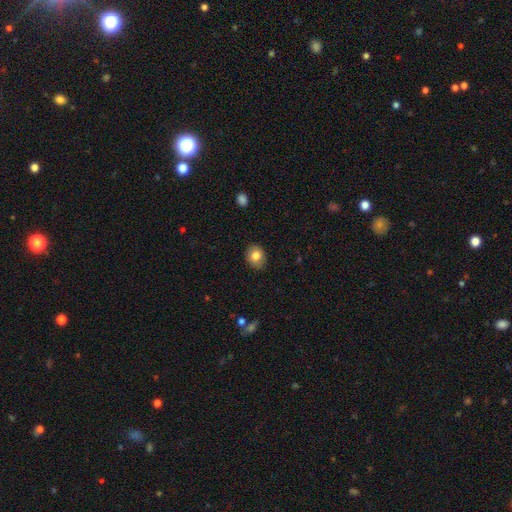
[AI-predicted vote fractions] smooth-or-featured: smooth: 82% | featured or disk: 10% | star or artifact: 9%
  how-rounded: round: 50% | in between: 49% | cigar-shaped: 1%
  merging: none: 85% | minor disturbance: 12% | major disturbance: 2% | merger: 1%